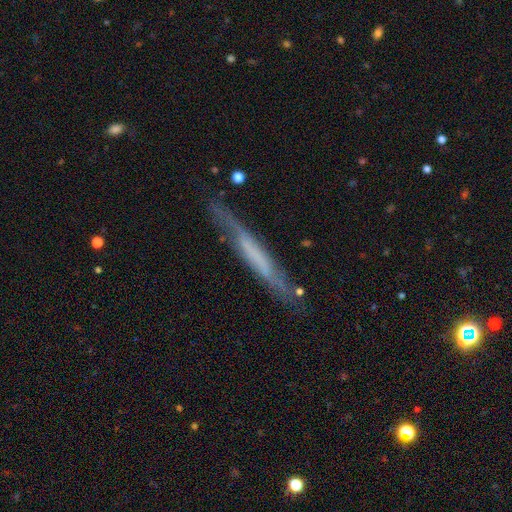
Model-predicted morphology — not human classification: Overall: featured or disk (58%; smooth 35%). Edge-on disk: yes (86%). Merging: none (73%).